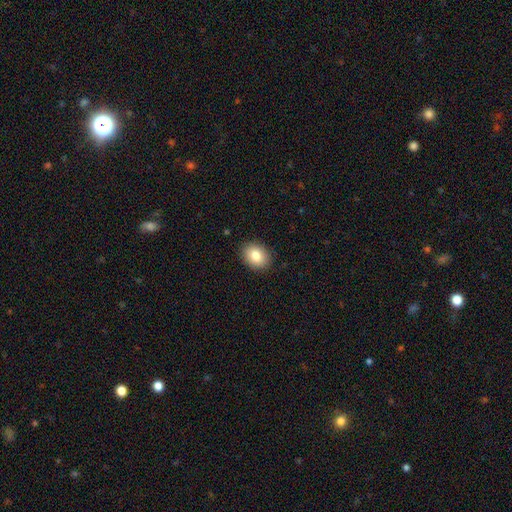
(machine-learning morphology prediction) Smooth or featured? smooth (82%)
How rounded? in between (61%)
Merging? none (89%)